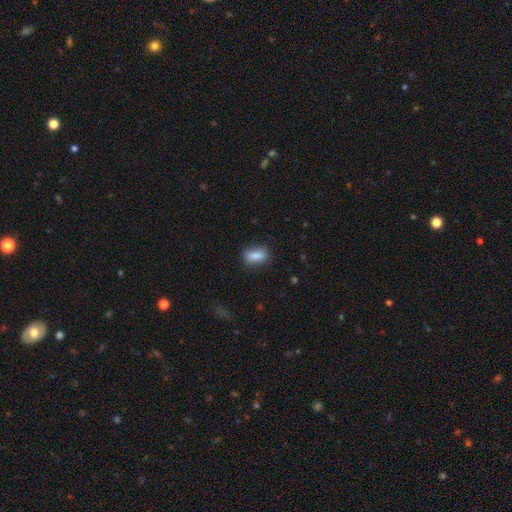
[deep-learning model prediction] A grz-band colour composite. It shows a smooth galaxy with no disk features (84%) that is in between round and cigar-shaped (76%). Merging: none (80%).